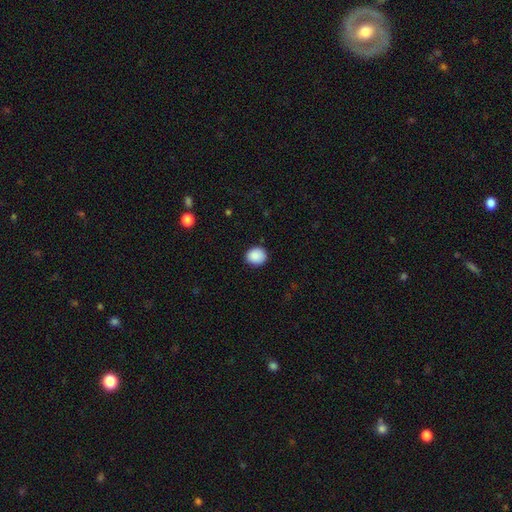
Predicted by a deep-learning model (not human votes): Smooth or featured: smooth — 89% (star or artifact — 8%)
How rounded: round — 73% (in between — 26%)
Merging: none — 87% (minor disturbance — 10%)